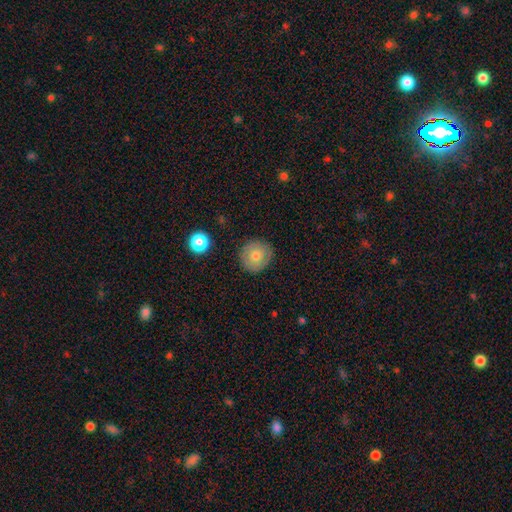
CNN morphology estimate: Smooth or featured: smooth — 74% (featured or disk — 18%)
How rounded: round — 92% (in between — 7%)
Merging: none — 88% (minor disturbance — 8%)